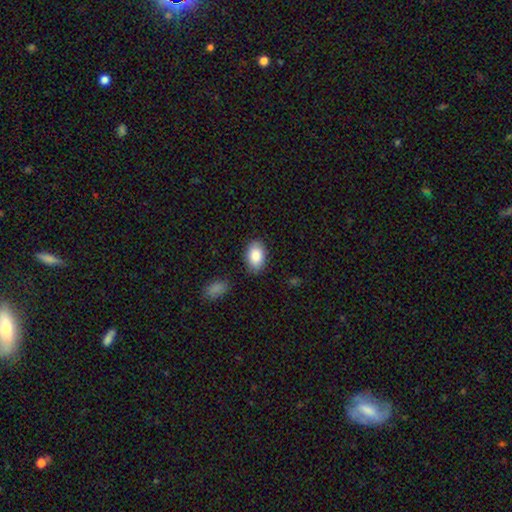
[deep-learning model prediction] Overall: smooth (87%). How rounded: in between (90%). Merging: none (83%).